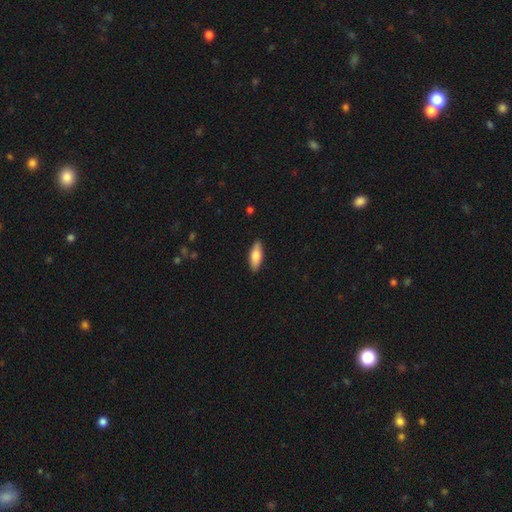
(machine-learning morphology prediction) Smooth or featured?
  - smooth: 76% *
  - featured or disk: 18%
  - star or artifact: 6%
How rounded?
  - in between: 67% *
  - cigar-shaped: 30%
  - round: 2%
Merging?
  - none: 89% *
  - minor disturbance: 8%
  - major disturbance: 2%
  - merger: 1%